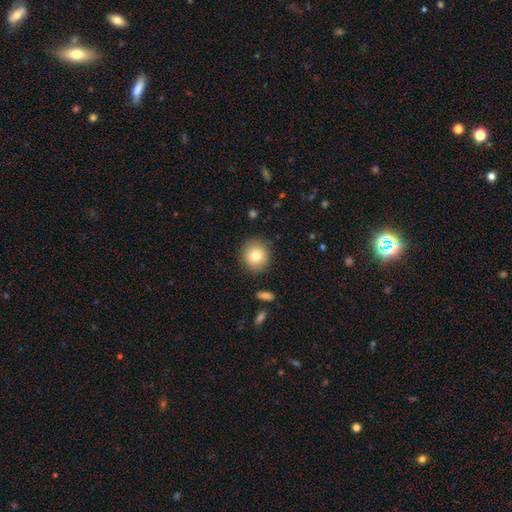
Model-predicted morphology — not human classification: Overall: smooth (78%). How rounded: round (88%). Merging: none (87%).